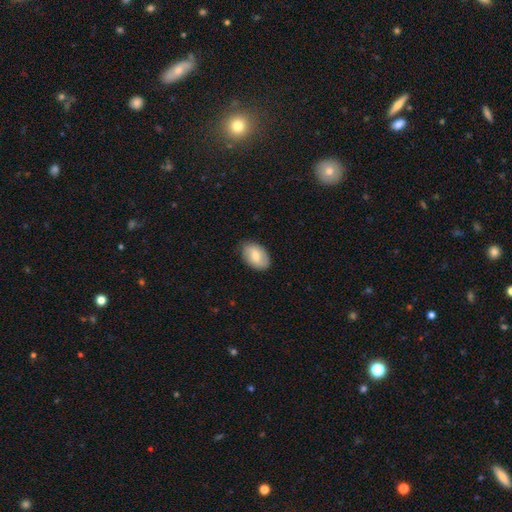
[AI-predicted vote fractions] Smooth or featured?
  - smooth: 61% *
  - featured or disk: 32%
  - star or artifact: 7%
How rounded?
  - in between: 87% *
  - round: 11%
  - cigar-shaped: 1%
Merging?
  - none: 81% *
  - minor disturbance: 15%
  - major disturbance: 3%
  - merger: 1%